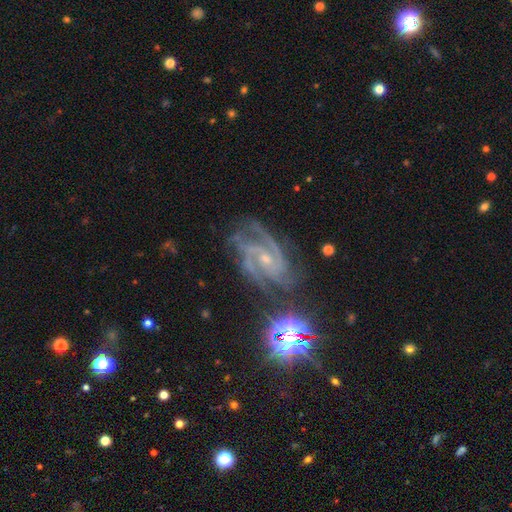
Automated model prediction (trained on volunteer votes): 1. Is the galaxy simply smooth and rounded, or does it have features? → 86% featured or disk, 10% star or artifact, 4% smooth.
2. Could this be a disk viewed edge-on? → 97% no, 3% yes.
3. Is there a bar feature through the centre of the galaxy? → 50% no, 37% weak, 13% strong.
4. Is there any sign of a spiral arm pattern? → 98% yes, 2% no.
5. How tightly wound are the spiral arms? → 49% medium, 41% tight, 10% loose.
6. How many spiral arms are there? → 33% 2 (tied), 33% 3 (tied), 12% can't tell, 10% 4, 6% more than 4, 6% 1.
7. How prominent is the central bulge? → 74% small, 21% moderate, 3% none, 1% large, 1% dominant.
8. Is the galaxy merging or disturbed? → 66% none, 20% minor disturbance, 11% major disturbance, 3% merger.